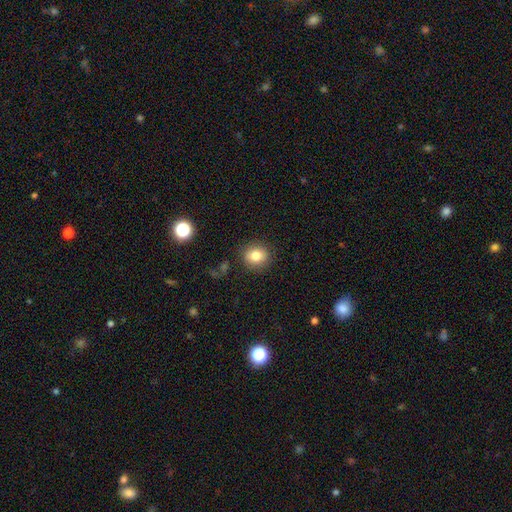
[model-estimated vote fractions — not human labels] The model was most divided on "how rounded": round: 77%, in between: 22%, cigar-shaped: 1%. More confident: merging — none (86%); smooth or featured — smooth (81%).